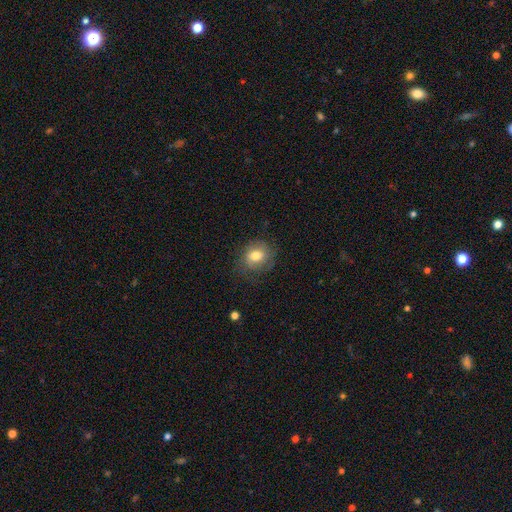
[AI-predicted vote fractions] Smooth or featured: smooth — 68% (featured or disk — 23%)
How rounded: round — 64% (in between — 35%)
Merging: none — 70% (minor disturbance — 20%)